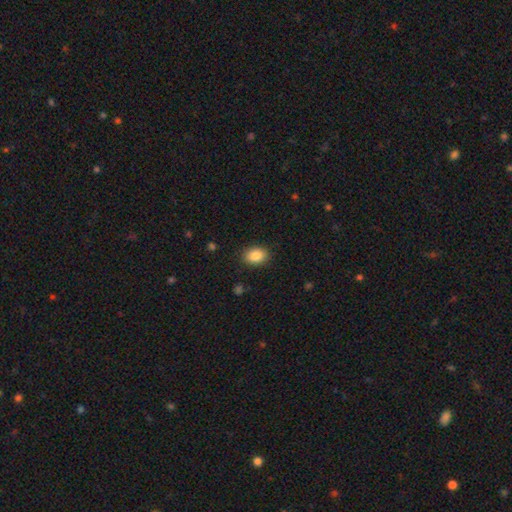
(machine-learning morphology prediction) Overall: smooth (87%). How rounded: in between (74%). Merging: none (88%).